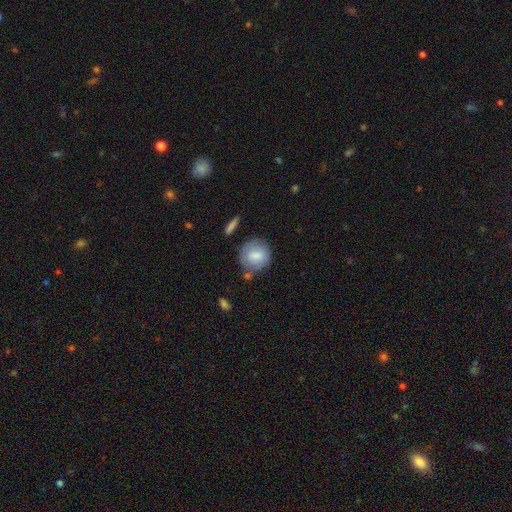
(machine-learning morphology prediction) smooth-or-featured: smooth: 75% | featured or disk: 18% | star or artifact: 7%
  how-rounded: round: 84% | in between: 15% | cigar-shaped: 1%
  merging: none: 65% | minor disturbance: 21% | merger: 7% | major disturbance: 6%